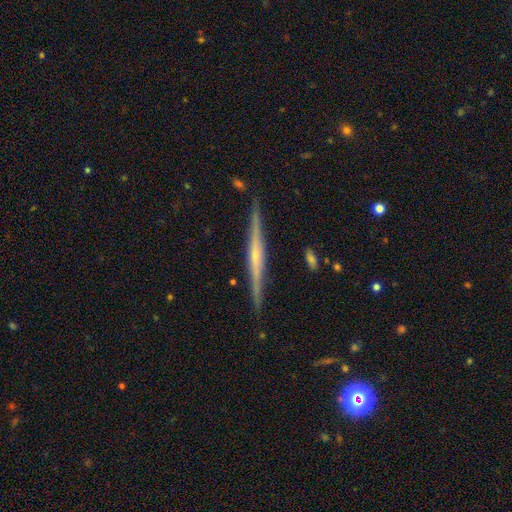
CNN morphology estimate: Smooth or featured? Predicted: featured or disk (p=0.76). Edge-on disk? Predicted: yes (p=0.98). Edge-on bulge? Predicted: rounded (p=0.50). Merging? Predicted: none (p=0.90).